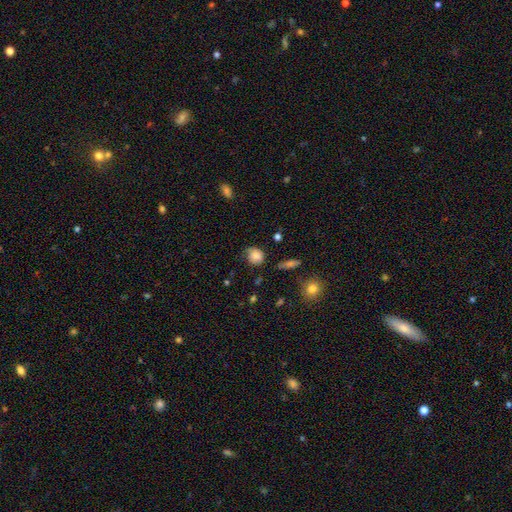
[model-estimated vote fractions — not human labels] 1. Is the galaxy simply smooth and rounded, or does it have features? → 78% smooth, 13% featured or disk, 10% star or artifact.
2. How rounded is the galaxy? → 68% round, 31% in between, 1% cigar-shaped.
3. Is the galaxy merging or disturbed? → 61% none, 29% minor disturbance, 8% major disturbance, 2% merger.